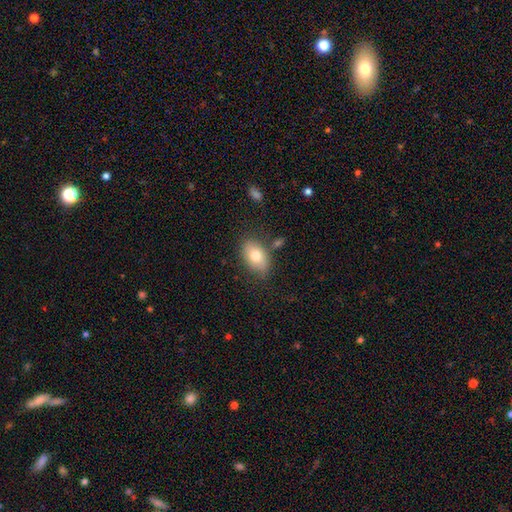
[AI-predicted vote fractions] A smooth galaxy with no disk features (76%) that is in between round and cigar-shaped (87%).

Vote fractions:
- Smooth or featured? smooth: 76% / featured or disk: 16% / star or artifact: 7%
- How rounded? in between: 87% / round: 12% / cigar-shaped: 1%
- Merging? none: 75% / minor disturbance: 16% / merger: 5% / major disturbance: 4%